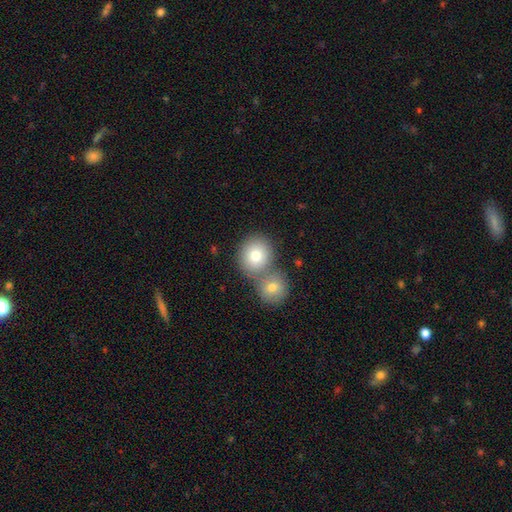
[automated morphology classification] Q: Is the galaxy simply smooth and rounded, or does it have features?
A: smooth — 79%.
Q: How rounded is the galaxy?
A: round — 83%.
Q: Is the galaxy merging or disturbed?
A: none — 50%.